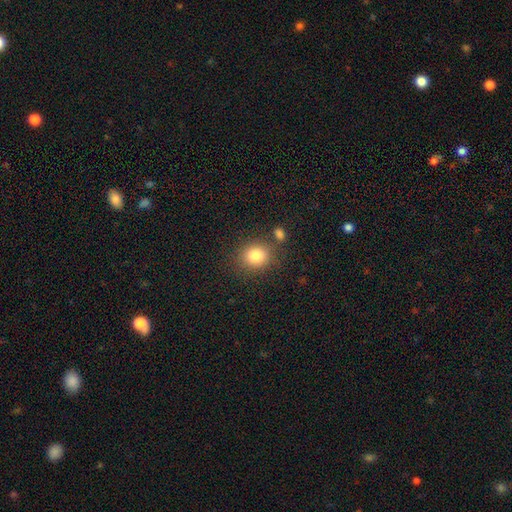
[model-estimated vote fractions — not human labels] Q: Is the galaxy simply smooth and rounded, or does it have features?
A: smooth — 82%.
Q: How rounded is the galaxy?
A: round — 74%.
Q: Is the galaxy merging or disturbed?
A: none — 78%.